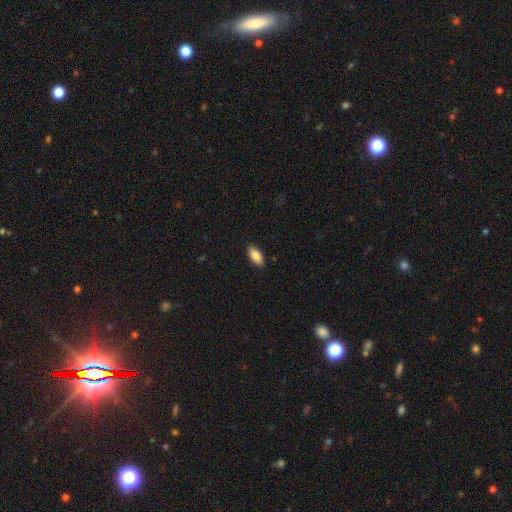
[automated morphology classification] Smooth or featured?
  - smooth: 86% *
  - featured or disk: 7%
  - star or artifact: 6%
How rounded?
  - in between: 89% *
  - cigar-shaped: 9%
  - round: 2%
Merging?
  - none: 89% *
  - minor disturbance: 8%
  - major disturbance: 2%
  - merger: 1%